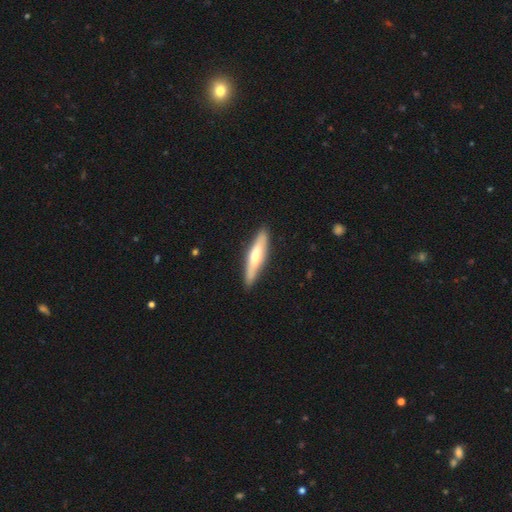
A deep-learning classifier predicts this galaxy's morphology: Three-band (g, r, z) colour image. It shows a smooth galaxy with no disk features (51%) that is cigar-shaped (83%). Merging: none (88%).